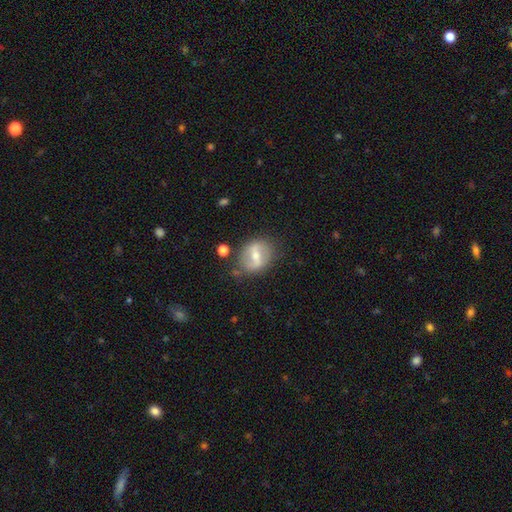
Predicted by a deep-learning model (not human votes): featured or disk 60%, smooth 33%, star or artifact 7%. Down the decision tree: edge-on disk — no (93%); bar — strong (54%); spiral arms — yes (53%); bulge size — moderate (54%); merging — none (74%).